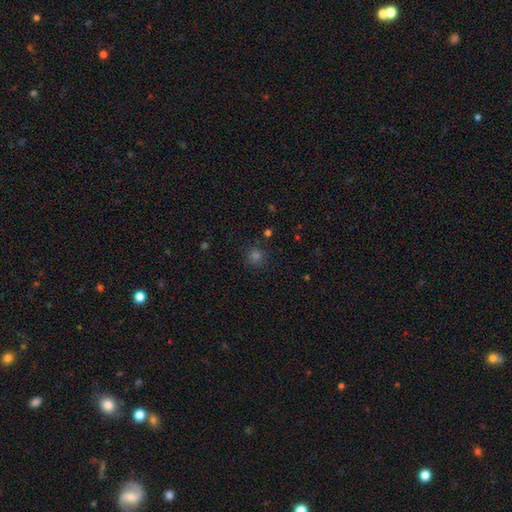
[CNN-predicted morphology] smooth 71%, star or artifact 24%, featured or disk 5%. Down the decision tree: how rounded — round (93%); merging — none (88%).